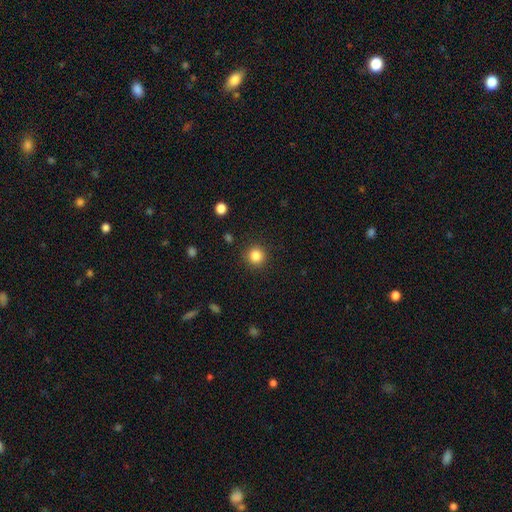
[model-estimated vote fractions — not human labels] This appears to be a smooth galaxy with no disk features (84%) that is round (94%). Merging: none (91%).